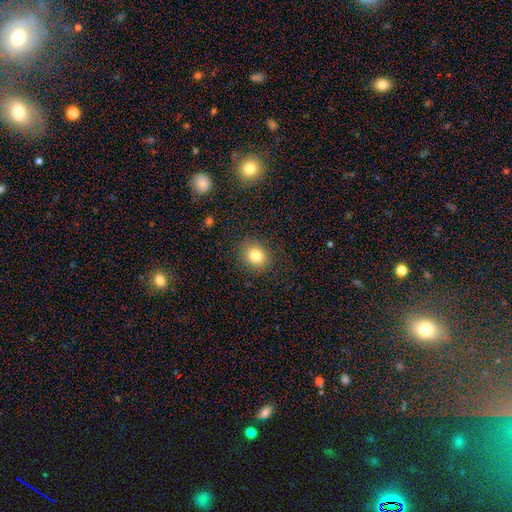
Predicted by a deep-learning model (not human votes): Smooth or featured: smooth — 81% (star or artifact — 11%)
How rounded: round — 67% (in between — 33%)
Merging: none — 87% (minor disturbance — 9%)